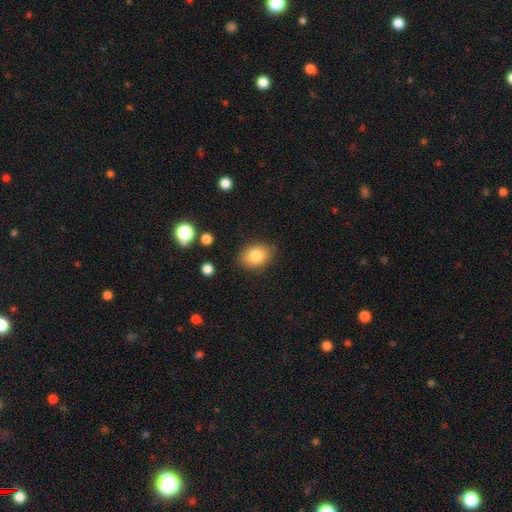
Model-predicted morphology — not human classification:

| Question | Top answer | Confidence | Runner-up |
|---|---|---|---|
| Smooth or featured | smooth | 83% | star or artifact (9%) |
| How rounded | in between | 71% | round (28%) |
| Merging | none | 84% | minor disturbance (12%) |